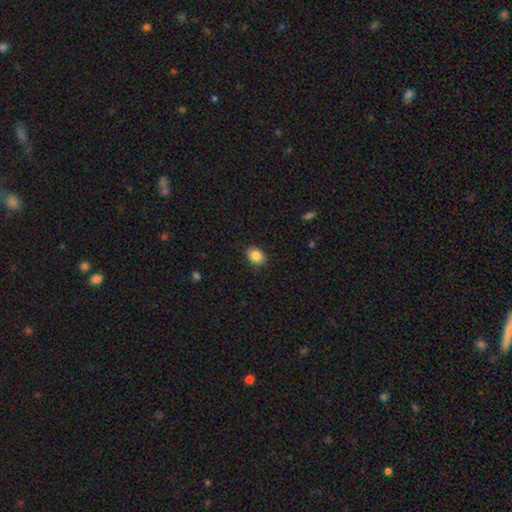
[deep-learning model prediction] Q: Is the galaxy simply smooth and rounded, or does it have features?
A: smooth — 86%.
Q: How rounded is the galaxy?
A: in between — 65%.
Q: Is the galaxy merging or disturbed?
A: none — 87%.